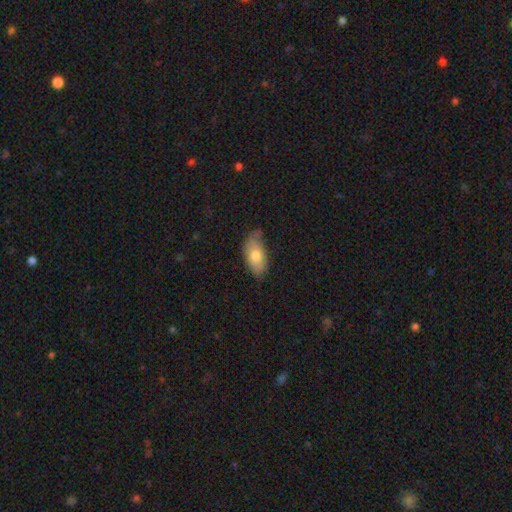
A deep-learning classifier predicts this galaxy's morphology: Smooth or featured: smooth — 76% (featured or disk — 17%)
How rounded: in between — 92% (cigar-shaped — 5%)
Merging: none — 61% (minor disturbance — 31%)